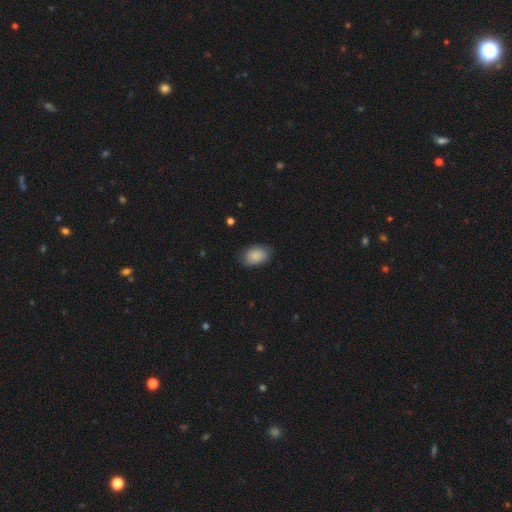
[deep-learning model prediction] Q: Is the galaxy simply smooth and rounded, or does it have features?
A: smooth — 86%.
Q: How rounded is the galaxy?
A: in between — 84%.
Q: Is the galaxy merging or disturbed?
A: none — 76%.